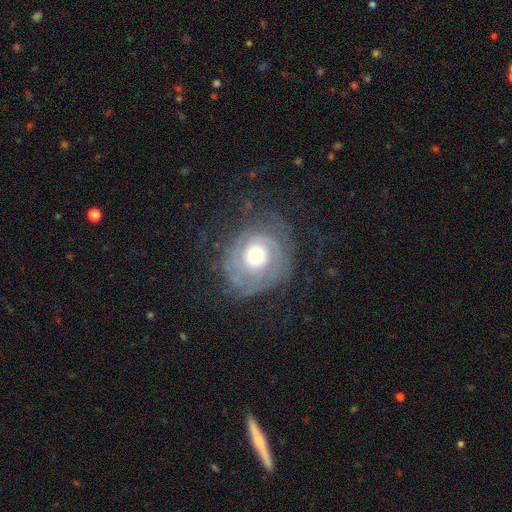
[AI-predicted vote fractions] smooth_or_featured: featured or disk (p=0.79) [alt: smooth p=0.15]
disk_edge_on: no (p=0.97) [alt: yes p=0.03]
bar: no (p=0.81) [alt: weak p=0.15]
has_spiral_arms: yes (p=0.88) [alt: no p=0.12]
spiral_winding: tight (p=0.74) [alt: medium p=0.20]
spiral_arm_count: can't tell (p=0.40) [alt: 2 p=0.31]
bulge_size: moderate (p=0.52) [alt: small p=0.29]
merging: none (p=0.69) [alt: minor disturbance p=0.17]